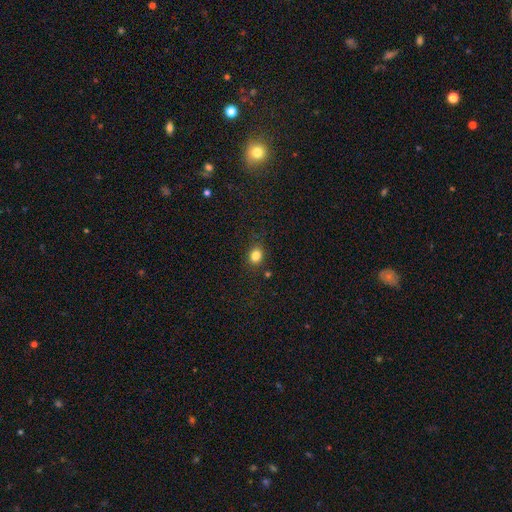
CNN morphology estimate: A smooth galaxy with no disk features (83%) that is round (53%).

Vote fractions:
- Smooth or featured? smooth: 83% / star or artifact: 12% / featured or disk: 5%
- How rounded? round: 53% / in between: 46% / cigar-shaped: 1%
- Merging? none: 83% / minor disturbance: 12% / major disturbance: 3% / merger: 2%